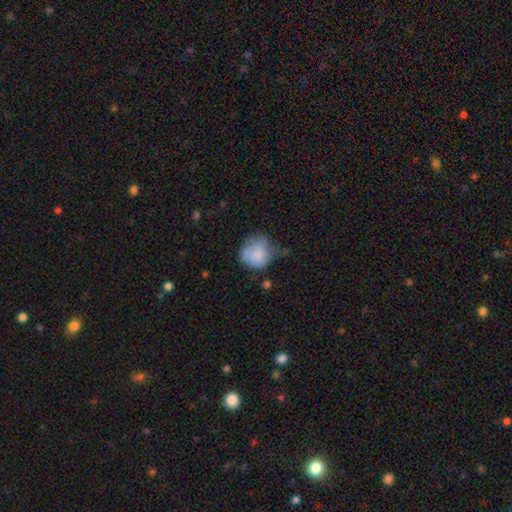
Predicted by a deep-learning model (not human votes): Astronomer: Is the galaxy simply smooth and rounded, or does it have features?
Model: smooth — 79%.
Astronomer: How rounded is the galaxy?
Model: round — 75%.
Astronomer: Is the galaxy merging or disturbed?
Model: minor disturbance — 38% (runner-up: none, 37%).